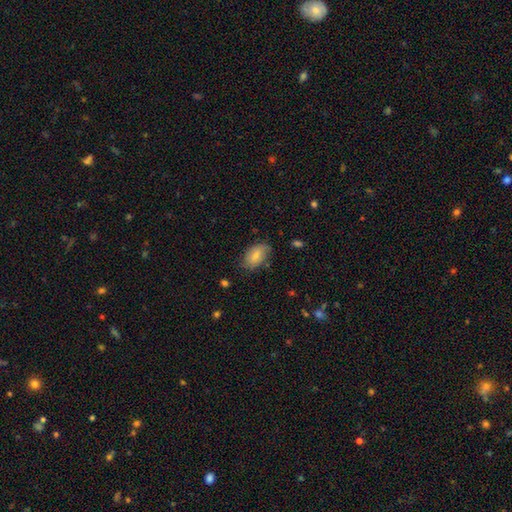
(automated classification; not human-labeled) This is likely a smooth galaxy (78%). How rounded: clearly in between (91%). Merging: likely none (73%).